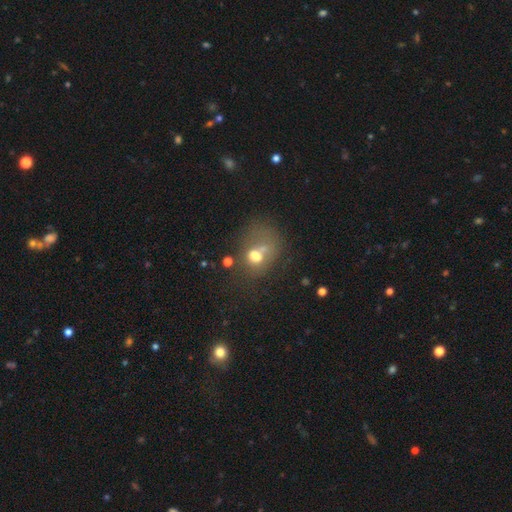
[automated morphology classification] Q: Smooth or featured?
A: smooth (58%); runner-up: featured or disk (28%)
Q: How rounded?
A: in between (56%); runner-up: round (42%)
Q: Merging?
A: merger (34%); runner-up: major disturbance (25%)